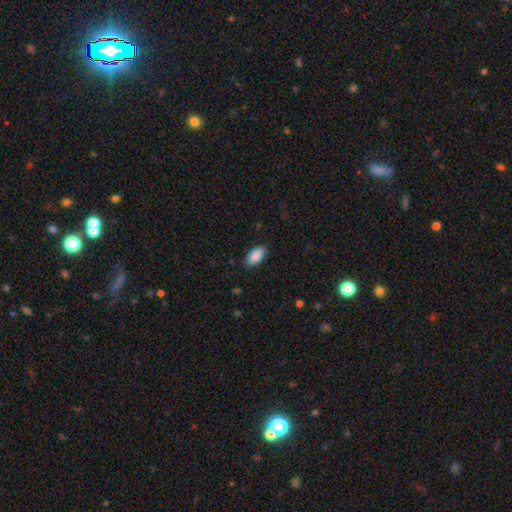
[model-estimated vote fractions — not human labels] smooth 90%, star or artifact 6%, featured or disk 4%. Down the decision tree: how rounded — in between (92%); merging — none (87%).